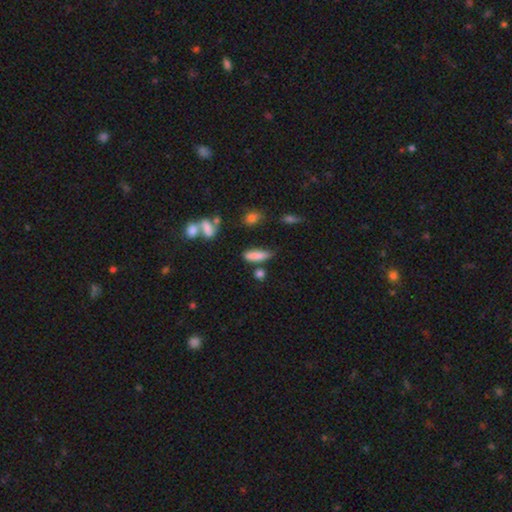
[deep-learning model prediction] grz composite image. It shows a smooth galaxy with no disk features (81%) that is cigar-shaped (57%). Merging: none (63%).